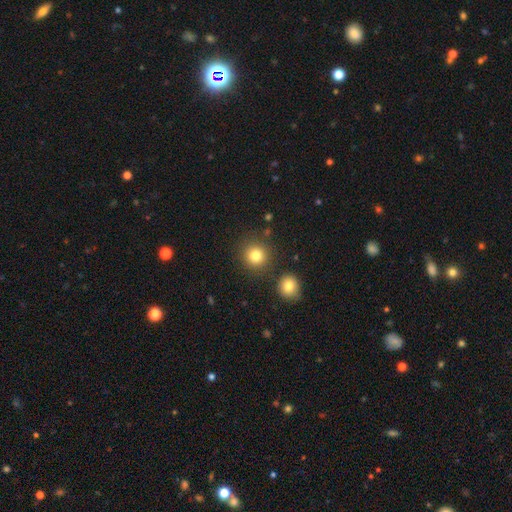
Volunteers were most divided on "smooth or featured": smooth: 84%, featured or disk: 11%, star or artifact: 5%. More confident: how rounded — round (97%); merging — none (91%).